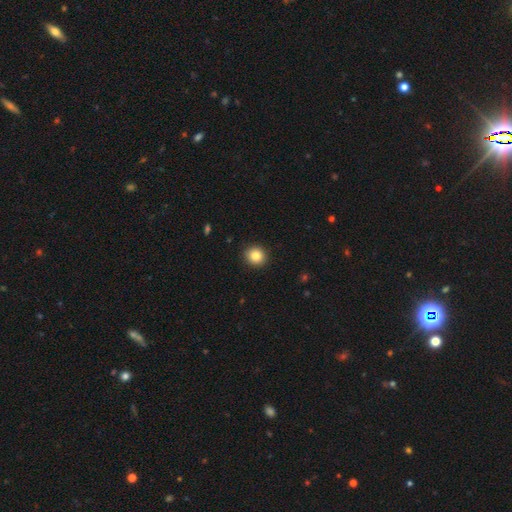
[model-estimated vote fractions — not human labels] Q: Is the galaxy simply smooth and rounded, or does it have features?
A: smooth — 84%.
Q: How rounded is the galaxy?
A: round — 88%.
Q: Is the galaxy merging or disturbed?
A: none — 92%.